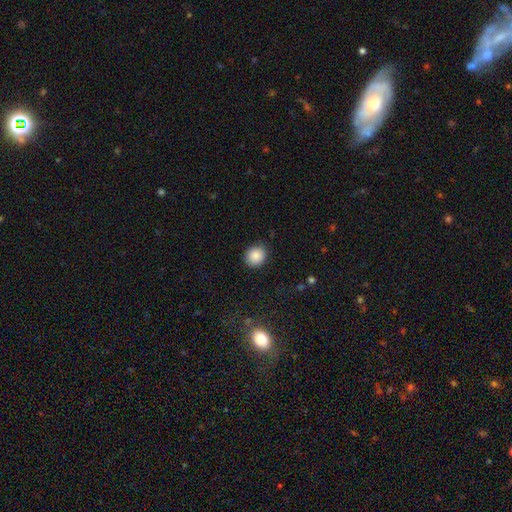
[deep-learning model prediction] Smooth or featured? Predicted: smooth (p=0.87). How rounded? Predicted: round (p=0.79). Merging? Predicted: none (p=0.86).